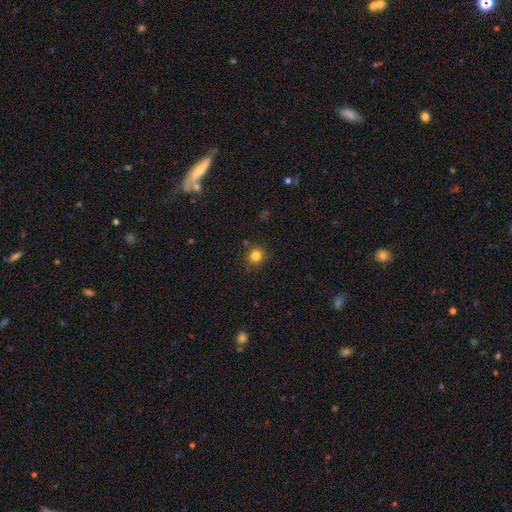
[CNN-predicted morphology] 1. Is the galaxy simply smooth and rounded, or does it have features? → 83% smooth, 12% star or artifact, 5% featured or disk.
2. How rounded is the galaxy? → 87% round, 12% in between, 1% cigar-shaped.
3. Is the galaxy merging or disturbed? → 81% none, 13% minor disturbance, 3% major disturbance, 3% merger.